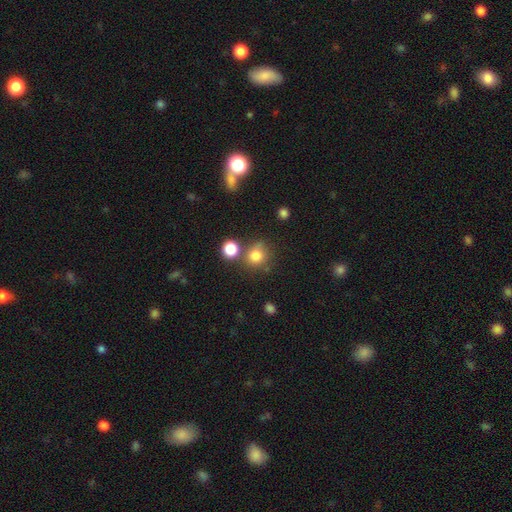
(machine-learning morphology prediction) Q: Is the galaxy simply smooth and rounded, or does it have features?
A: smooth — 79%.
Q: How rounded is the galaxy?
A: round — 87%.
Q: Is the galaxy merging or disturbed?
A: none — 67%.